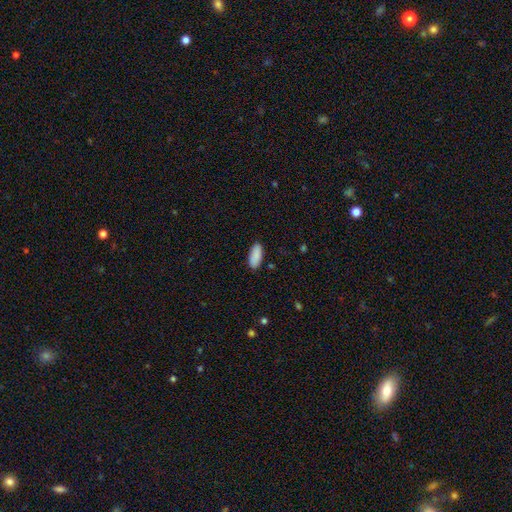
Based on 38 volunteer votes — Smooth or featured? 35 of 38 (92%) said smooth. How rounded? 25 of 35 (71%) said in between. Merging? 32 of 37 (86%) said none.